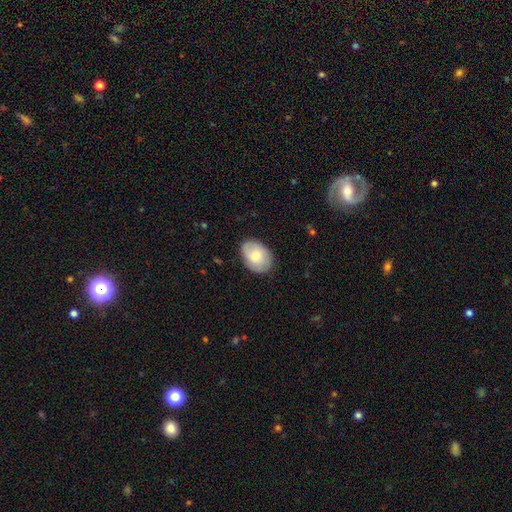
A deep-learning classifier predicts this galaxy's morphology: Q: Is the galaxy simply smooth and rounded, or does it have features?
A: smooth — 68%.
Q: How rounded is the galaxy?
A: in between — 79%.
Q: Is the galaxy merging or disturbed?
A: none — 83%.